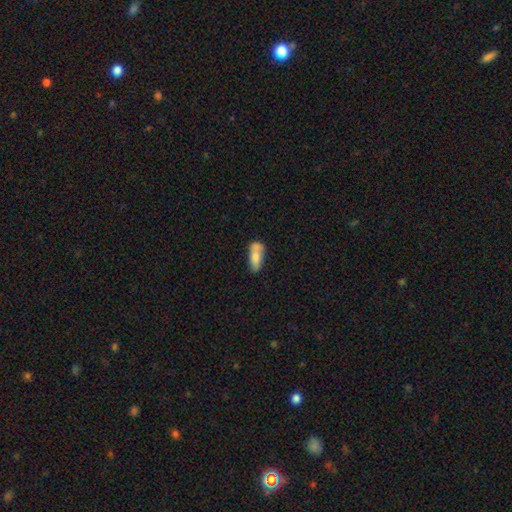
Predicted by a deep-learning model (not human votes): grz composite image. It shows a smooth galaxy with no disk features (72%) that is in between round and cigar-shaped (77%). Merging: none (45%).